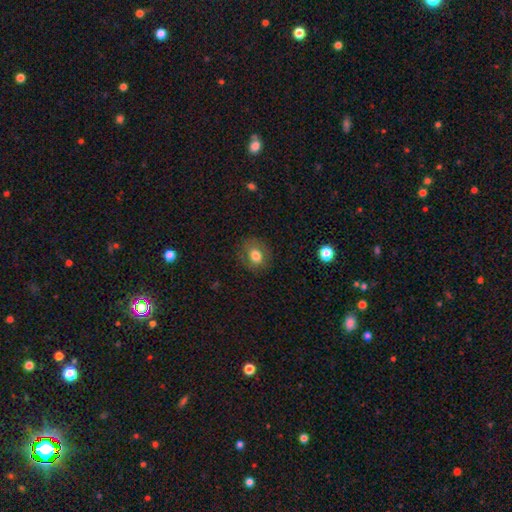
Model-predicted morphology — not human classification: A smooth galaxy with no disk features (77%) that is round (53%).

Vote fractions:
- Smooth or featured? smooth: 77% / featured or disk: 13% / star or artifact: 10%
- How rounded? round: 53% / in between: 46% / cigar-shaped: 1%
- Merging? none: 80% / minor disturbance: 14% / major disturbance: 5% / merger: 1%